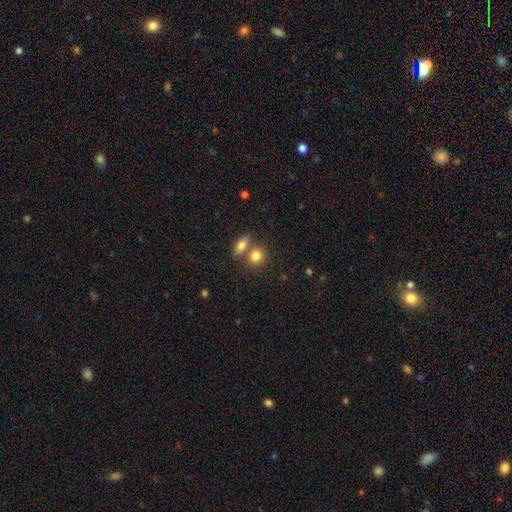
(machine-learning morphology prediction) type=smooth (83%); roundness=round (52%); merging=none (51%).